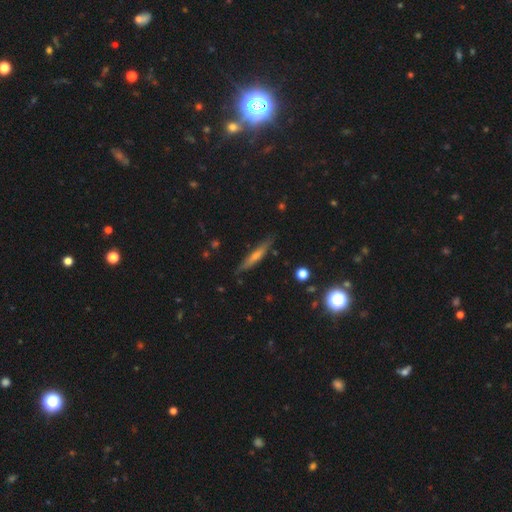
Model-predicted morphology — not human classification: This is possibly a featured or disk galaxy (53%). It is clearly viewed edge-on (93%). Merging: clearly none (86%).